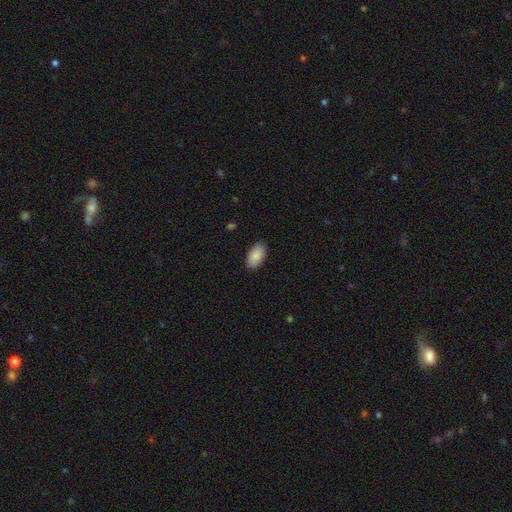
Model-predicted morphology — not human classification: smooth-or-featured: smooth: 89% | star or artifact: 6% | featured or disk: 5%
  how-rounded: in between: 95% | round: 3% | cigar-shaped: 2%
  merging: none: 87% | minor disturbance: 9% | major disturbance: 2% | merger: 1%